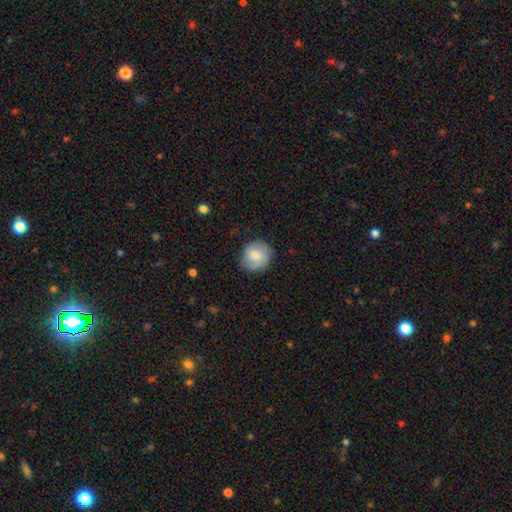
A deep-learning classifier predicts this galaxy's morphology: Overall: smooth (70%). How rounded: round (88%). Merging: none (74%).